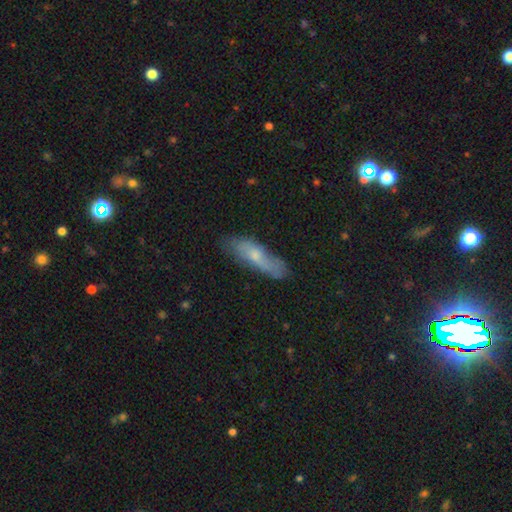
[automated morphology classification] Q: Smooth or featured?
A: smooth (58%); runner-up: featured or disk (34%)
Q: How rounded?
A: cigar-shaped (61%); runner-up: in between (37%)
Q: Merging?
A: none (68%); runner-up: minor disturbance (23%)